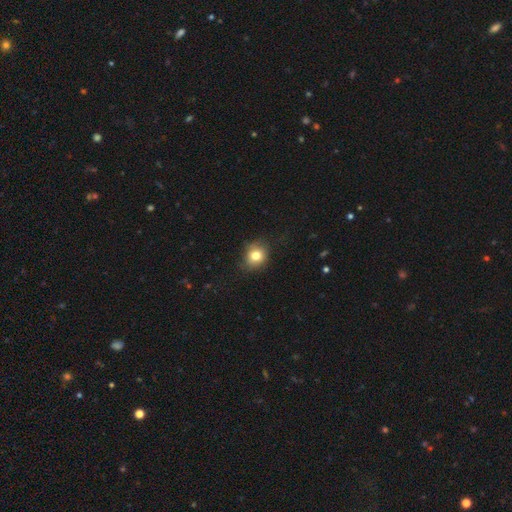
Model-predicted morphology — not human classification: Smooth or featured: smooth — 78% (star or artifact — 12%)
How rounded: round — 69% (in between — 30%)
Merging: none — 76% (minor disturbance — 18%)